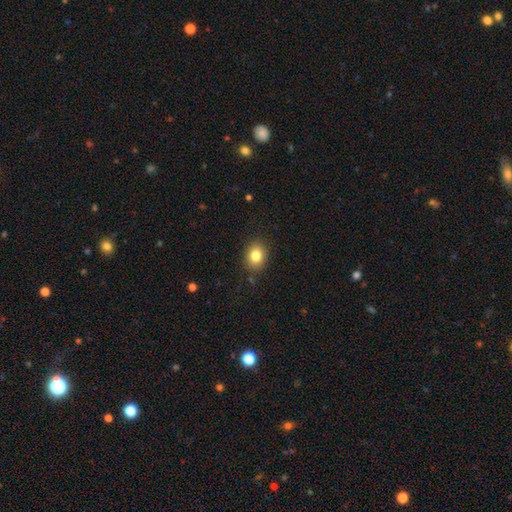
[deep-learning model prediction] Smooth or featured? Predicted: smooth (p=0.82). How rounded? Predicted: round (p=0.53). Merging? Predicted: none (p=0.87).